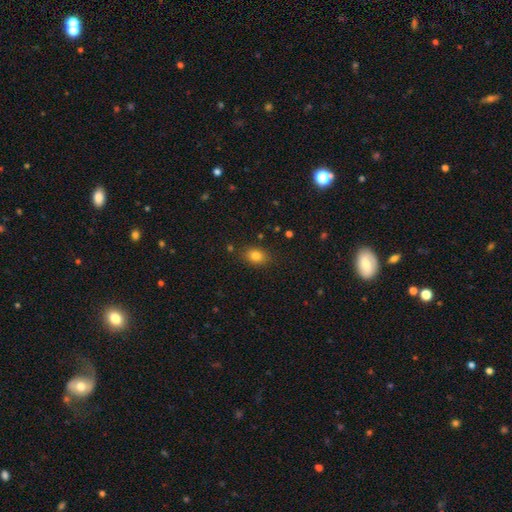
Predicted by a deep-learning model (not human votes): This appears to be a smooth galaxy with no disk features (82%) that is in between round and cigar-shaped (71%). Merging: none (84%).